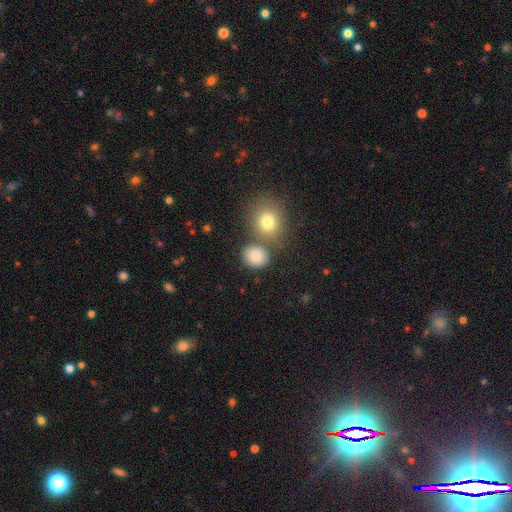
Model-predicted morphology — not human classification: A smooth galaxy with no disk features (83%) that is round (76%).

Vote fractions:
- Smooth or featured? smooth: 83% / star or artifact: 11% / featured or disk: 6%
- How rounded? round: 76% / in between: 23% / cigar-shaped: 1%
- Merging? none: 69% / merger: 18% / minor disturbance: 10% / major disturbance: 4%